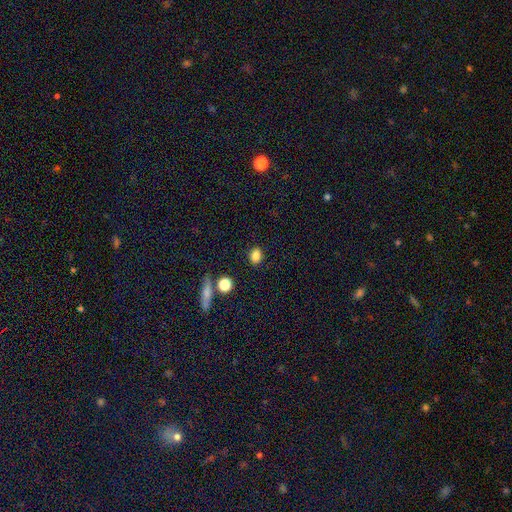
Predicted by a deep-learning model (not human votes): Overall: smooth (84%). How rounded: in between (60%; round 38%). Merging: none (86%).